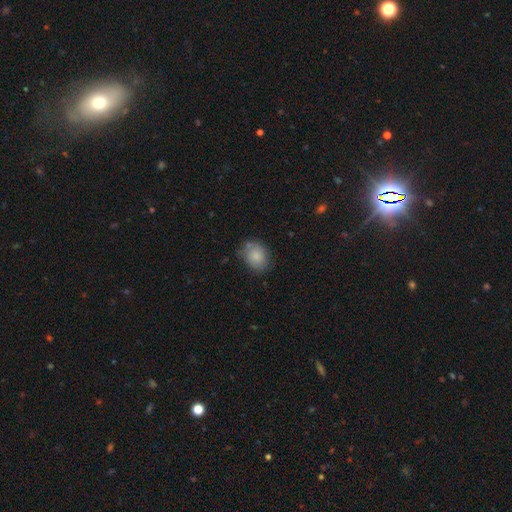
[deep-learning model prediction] smooth-or-featured: smooth: 83% | featured or disk: 10% | star or artifact: 8%
  how-rounded: in between: 59% | round: 40% | cigar-shaped: 1%
  merging: none: 69% | minor disturbance: 22% | major disturbance: 5% | merger: 4%